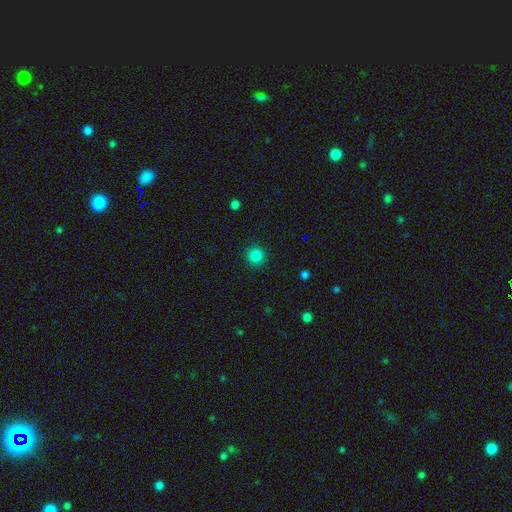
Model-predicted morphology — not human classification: This is clearly a smooth galaxy (84%). How rounded: clearly round (95%). Merging: clearly none (91%).